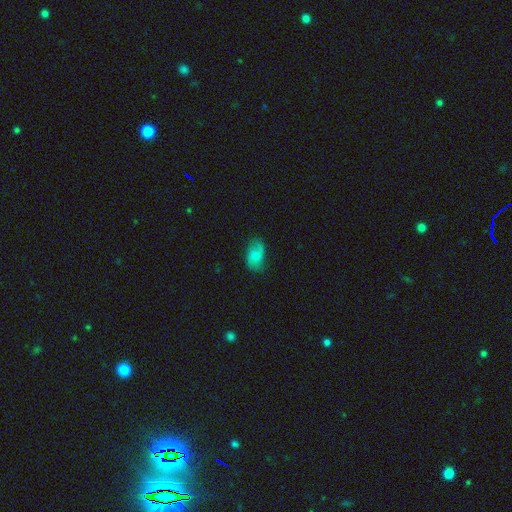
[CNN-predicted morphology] The model was most divided on "merging": none: 68%, minor disturbance: 24%, major disturbance: 7%, merger: 1%. More confident: how rounded — in between (89%); smooth or featured — smooth (70%).